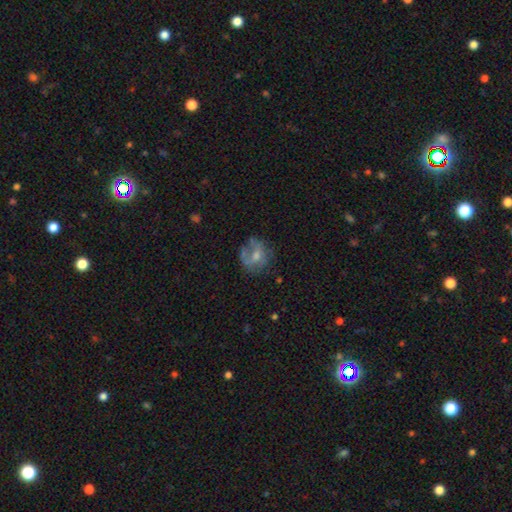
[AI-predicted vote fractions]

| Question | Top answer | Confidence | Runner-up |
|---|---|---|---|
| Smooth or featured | featured or disk | 50% | smooth (40%) |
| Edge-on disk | no | 97% | yes (3%) |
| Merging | none | 48% | major disturbance (25%) |